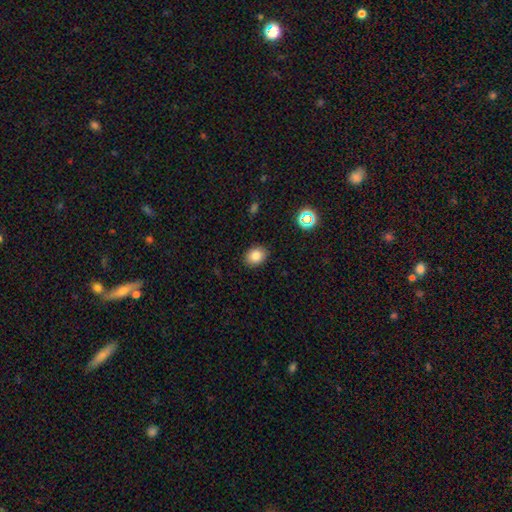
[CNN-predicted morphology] Smooth or featured? smooth (83%)
How rounded? in between (55%)
Merging? none (89%)